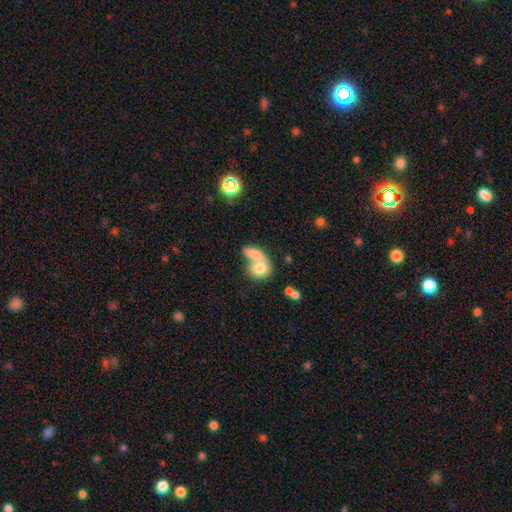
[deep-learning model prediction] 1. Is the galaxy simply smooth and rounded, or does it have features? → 70% smooth, 21% featured or disk, 9% star or artifact.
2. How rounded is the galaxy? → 56% in between, 40% round, 5% cigar-shaped.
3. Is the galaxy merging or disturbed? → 71% merger, 18% none, 6% minor disturbance, 5% major disturbance.